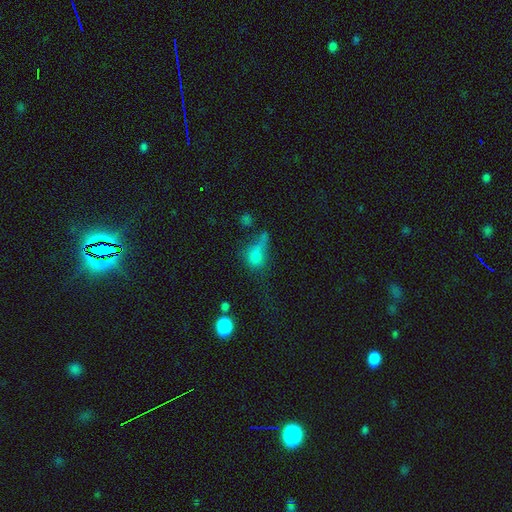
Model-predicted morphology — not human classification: type=smooth (67%); roundness=round (52%); merging=none (32%).